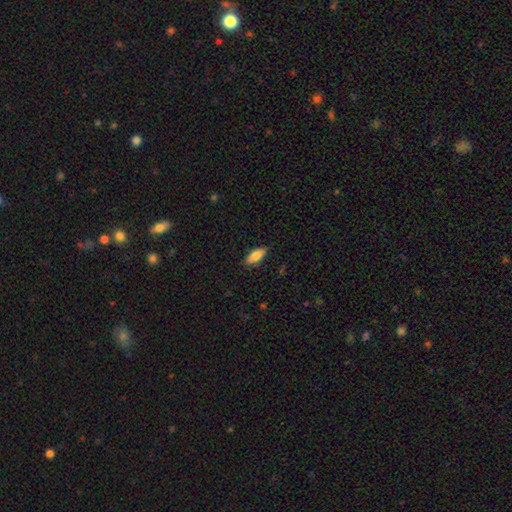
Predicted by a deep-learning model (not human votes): This is likely a smooth galaxy (79%). How rounded: likely in between (77%). Merging: clearly none (84%).